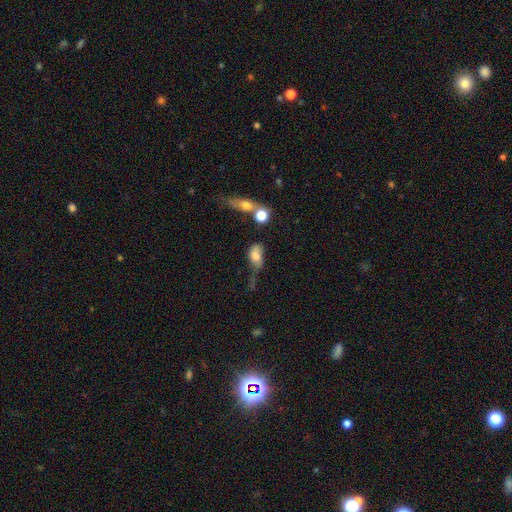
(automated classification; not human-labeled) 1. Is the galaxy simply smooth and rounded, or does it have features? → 73% smooth, 17% featured or disk, 10% star or artifact.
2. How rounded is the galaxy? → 80% in between, 15% round, 4% cigar-shaped.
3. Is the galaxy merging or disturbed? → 29% major disturbance, 27% minor disturbance, 25% none, 19% merger.